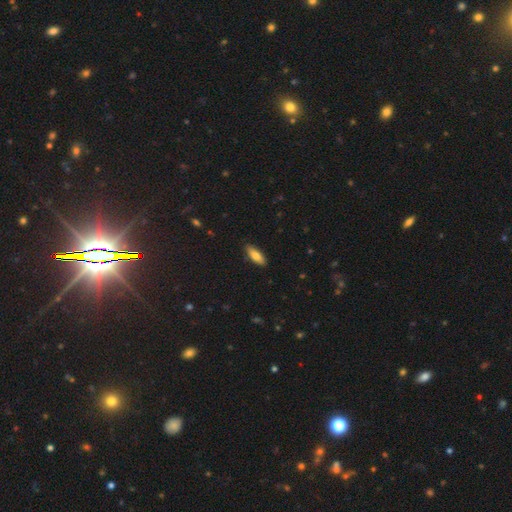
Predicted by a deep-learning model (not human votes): Q: Smooth or featured?
A: smooth (79%); runner-up: featured or disk (15%)
Q: How rounded?
A: in between (64%); runner-up: cigar-shaped (34%)
Q: Merging?
A: none (87%); runner-up: minor disturbance (10%)